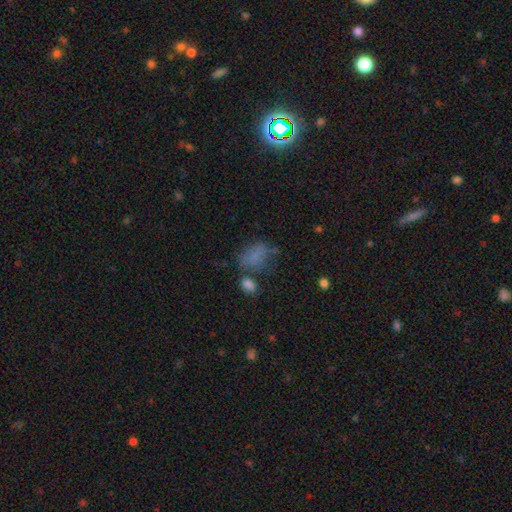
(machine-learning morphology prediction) Overall: smooth (69%). How rounded: in between (81%). Merging: none (40%; minor disturbance 24%).